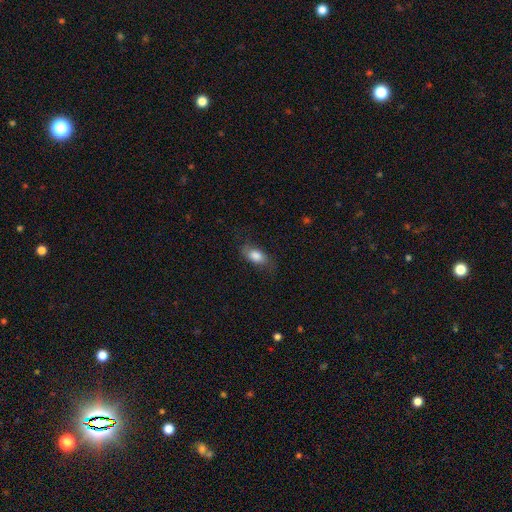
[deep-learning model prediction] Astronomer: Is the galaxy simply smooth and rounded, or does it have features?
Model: smooth — 79%.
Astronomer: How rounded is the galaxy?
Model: in between — 86%.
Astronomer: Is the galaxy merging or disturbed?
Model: none — 70%.